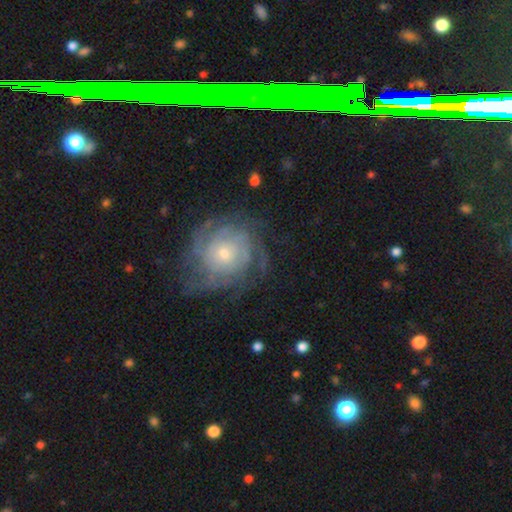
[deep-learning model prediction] Smooth or featured? Predicted: featured or disk (p=0.73). Edge-on disk? Predicted: no (p=0.95). Bar? Predicted: no (p=0.81). Spiral arms? Predicted: yes (p=0.93). Spiral winding? Predicted: tight (p=0.73). Spiral arm count? Predicted: can't tell (p=0.36). Bulge size? Predicted: small (p=0.57). Merging? Predicted: none (p=0.76).